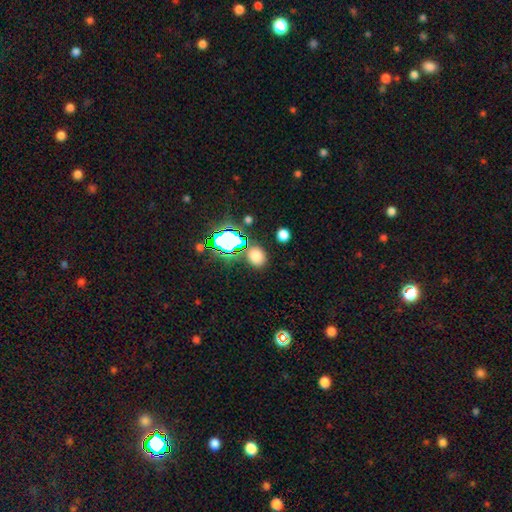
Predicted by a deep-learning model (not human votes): This appears to be a smooth galaxy with no disk features (72%) that is round (56%). Merging: none (80%).